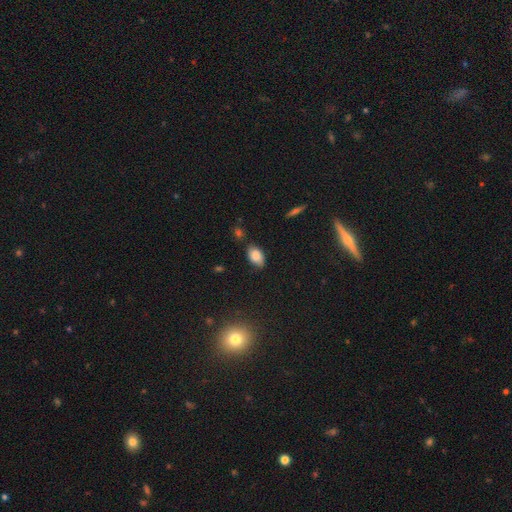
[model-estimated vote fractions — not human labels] A smooth galaxy with no disk features (81%) that is in between round and cigar-shaped (92%).

Vote fractions:
- Smooth or featured? smooth: 81% / featured or disk: 10% / star or artifact: 9%
- How rounded? in between: 92% / round: 6% / cigar-shaped: 2%
- Merging? none: 73% / minor disturbance: 20% / major disturbance: 3% / merger: 3%